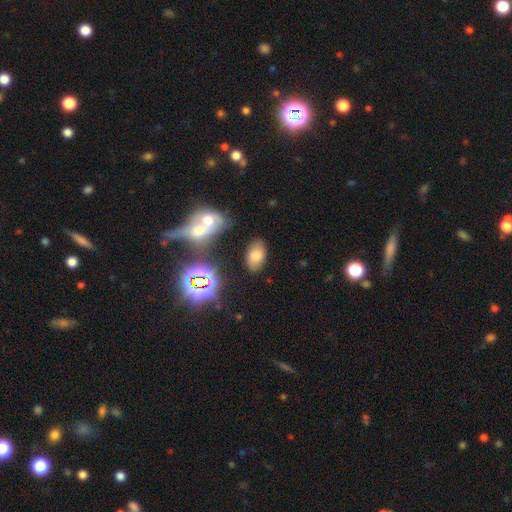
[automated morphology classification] smooth-or-featured: smooth: 68% | star or artifact: 16% | featured or disk: 16%
  how-rounded: in between: 91% | round: 8% | cigar-shaped: 1%
  merging: none: 79% | minor disturbance: 12% | merger: 5% | major disturbance: 4%